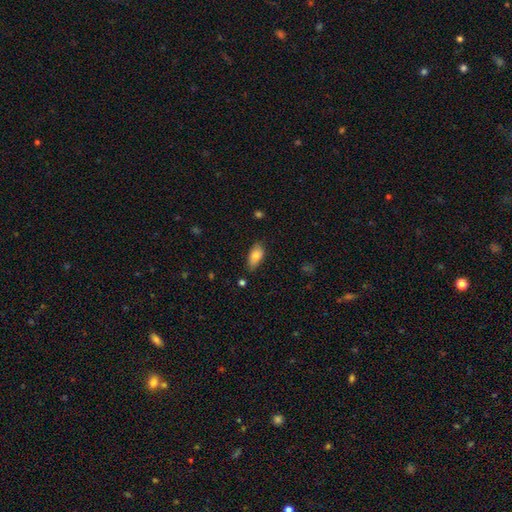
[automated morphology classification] smooth 79%, featured or disk 14%, star or artifact 7%. Down the decision tree: how rounded — in between (90%); merging — none (74%).